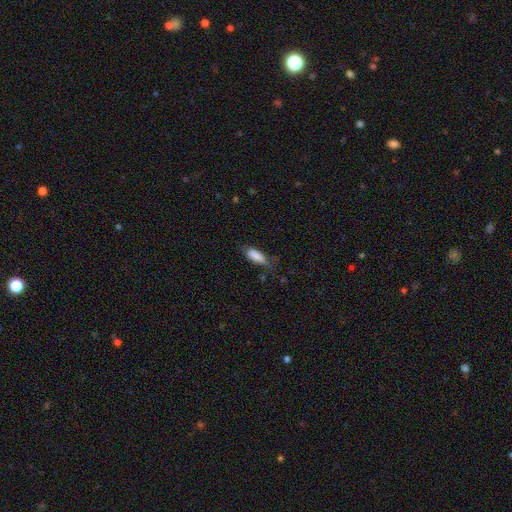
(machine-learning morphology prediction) Smooth or featured?
  - smooth: 83% *
  - featured or disk: 10%
  - star or artifact: 7%
How rounded?
  - in between: 71% *
  - cigar-shaped: 27%
  - round: 2%
Merging?
  - none: 56% *
  - minor disturbance: 32%
  - major disturbance: 10%
  - merger: 2%